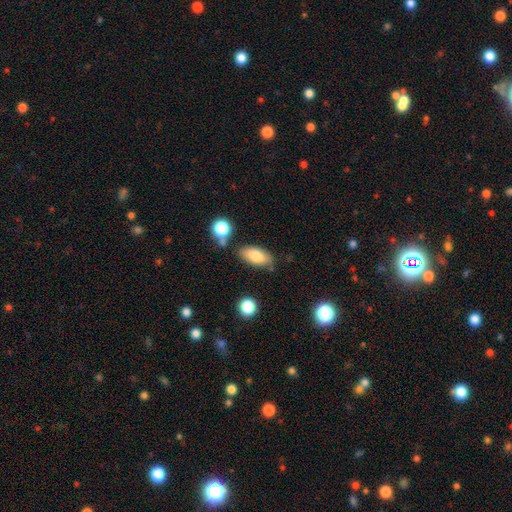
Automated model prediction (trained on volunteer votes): A smooth galaxy with no disk features (80%) that is in between round and cigar-shaped (90%). Merging: none (73%).